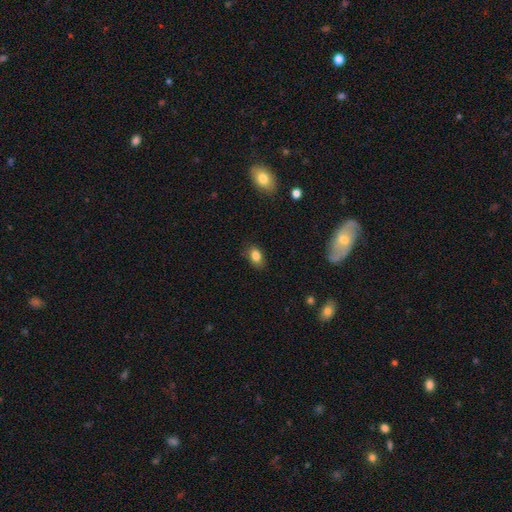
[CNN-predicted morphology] Smooth or featured?
  - smooth: 83% *
  - star or artifact: 9%
  - featured or disk: 7%
How rounded?
  - in between: 82% *
  - round: 16%
  - cigar-shaped: 2%
Merging?
  - none: 81% *
  - minor disturbance: 15%
  - major disturbance: 3%
  - merger: 1%